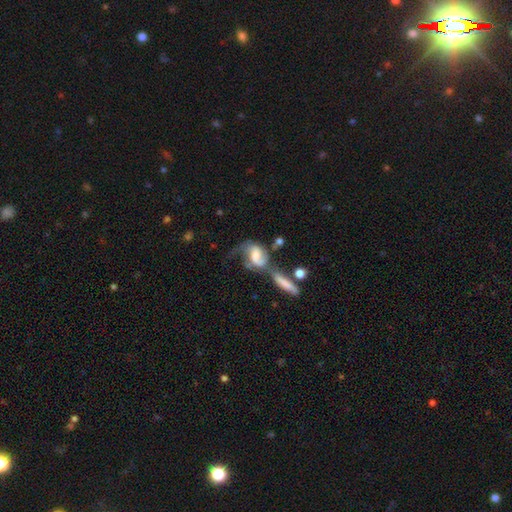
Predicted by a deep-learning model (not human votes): Q: Smooth or featured?
A: featured or disk (67%); runner-up: smooth (25%)
Q: Edge-on disk?
A: no (94%); runner-up: yes (6%)
Q: Bar?
A: weak (45%); runner-up: no (35%)
Q: Spiral arms?
A: yes (88%); runner-up: no (12%)
Q: Spiral winding?
A: loose (49%); runner-up: medium (38%)
Q: Spiral arm count?
A: 2 (77%); runner-up: 1 (10%)
Q: Bulge size?
A: moderate (41%); runner-up: large (21%)
Q: Merging?
A: merger (37%); runner-up: none (26%)